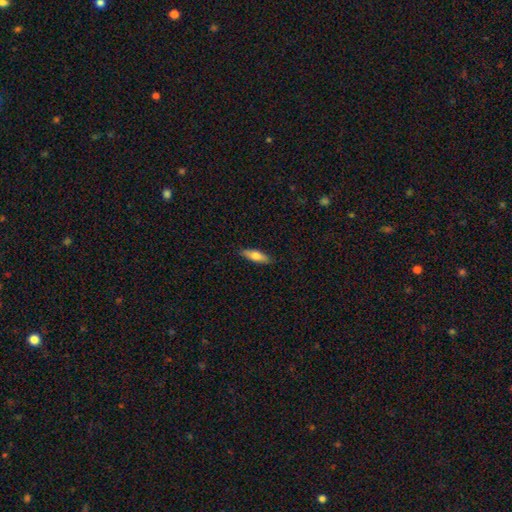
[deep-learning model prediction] Overall: smooth (69%). How rounded: cigar-shaped (50%; in between 48%). Merging: none (87%).